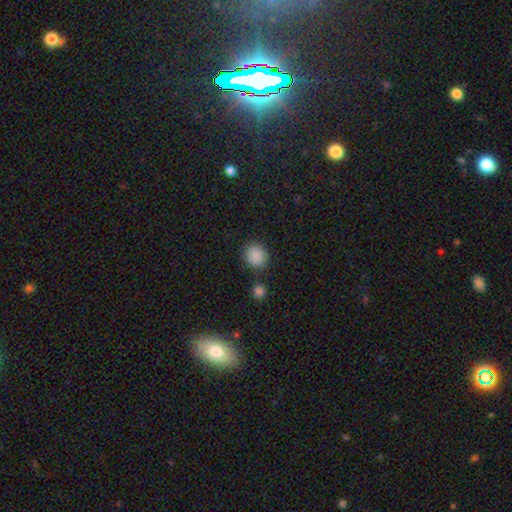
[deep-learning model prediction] Smooth or featured? Predicted: smooth (p=0.87). How rounded? Predicted: round (p=0.84). Merging? Predicted: none (p=0.81).